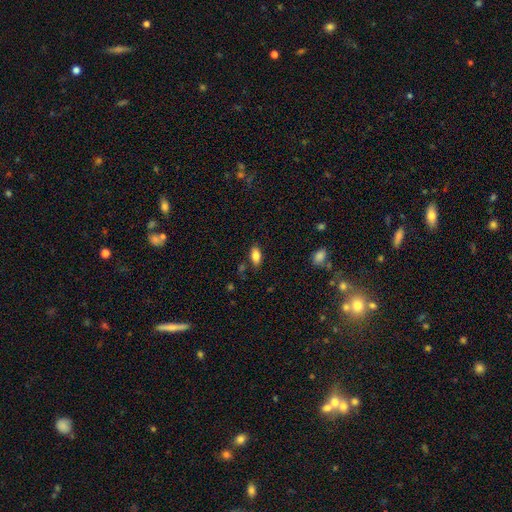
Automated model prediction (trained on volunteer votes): A smooth galaxy with no disk features (84%) that is in between round and cigar-shaped (90%). Merging: none (82%).